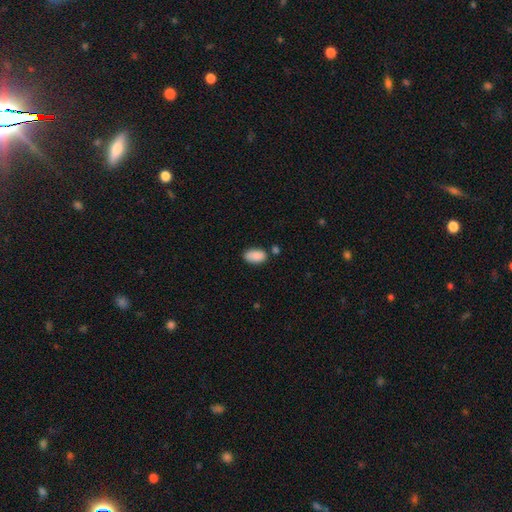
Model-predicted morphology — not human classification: smooth-or-featured: smooth: 89% | star or artifact: 7% | featured or disk: 4%
  how-rounded: in between: 93% | round: 5% | cigar-shaped: 2%
  merging: none: 71% | minor disturbance: 17% | merger: 8% | major disturbance: 4%